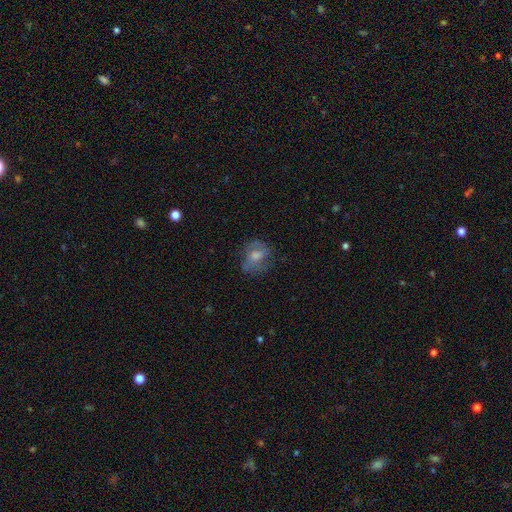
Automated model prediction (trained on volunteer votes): smooth-or-featured: featured or disk: 44% | smooth: 41% | star or artifact: 15%
  merging: none: 68% | minor disturbance: 20% | major disturbance: 11% | merger: 1%